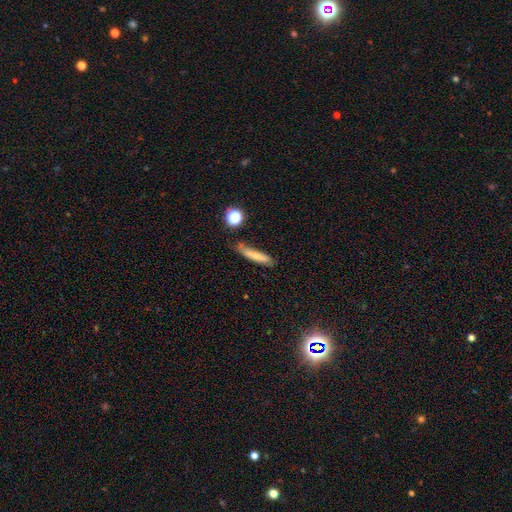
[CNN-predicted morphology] This appears to be a smooth galaxy with no disk features (71%) that is cigar-shaped (85%). Merging: none (69%).